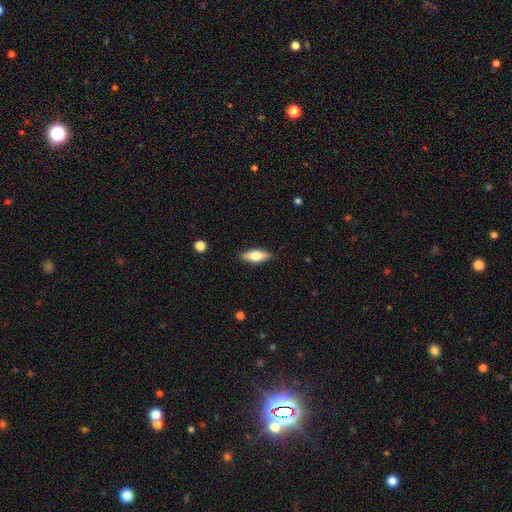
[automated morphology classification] Smooth or featured: smooth — 60% (featured or disk — 33%)
How rounded: in between — 69% (cigar-shaped — 28%)
Merging: none — 87% (minor disturbance — 10%)